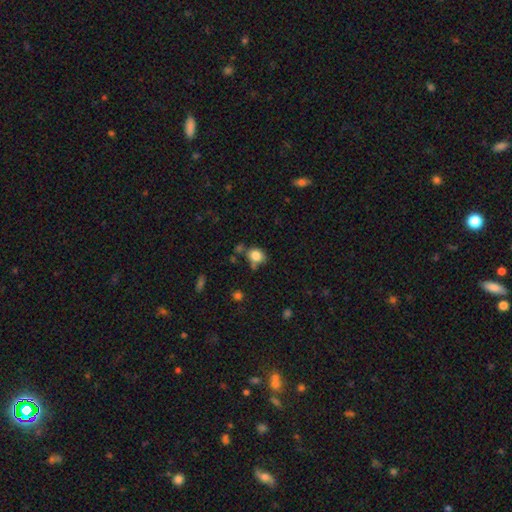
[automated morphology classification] Smooth or featured? smooth (82%)
How rounded? round (60%)
Merging? none (59%)